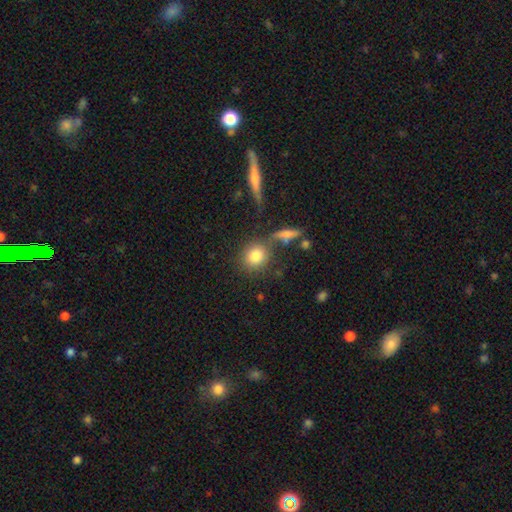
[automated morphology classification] A smooth galaxy with no disk features (81%) that is round (79%).

Vote fractions:
- Smooth or featured? smooth: 81% / star or artifact: 10% / featured or disk: 8%
- How rounded? round: 79% / in between: 18% / cigar-shaped: 2%
- Merging? none: 70% / merger: 12% / minor disturbance: 12% / major disturbance: 6%